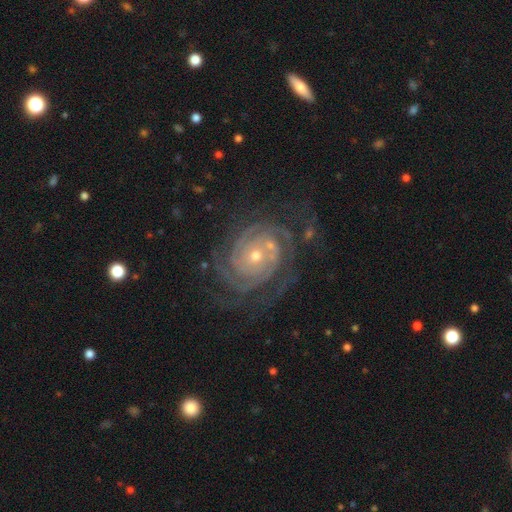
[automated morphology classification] smooth_or_featured: featured or disk (p=0.90) [alt: star or artifact p=0.06]
disk_edge_on: no (p=0.97) [alt: yes p=0.03]
bar: no (p=0.78) [alt: weak p=0.15]
has_spiral_arms: yes (p=0.98) [alt: no p=0.02]
spiral_winding: tight (p=0.81) [alt: medium p=0.17]
spiral_arm_count: 2 (p=0.23) [tied with: 3 p=0.23]
bulge_size: small (p=0.63) [alt: moderate p=0.34]
merging: none (p=0.72) [alt: minor disturbance p=0.16]